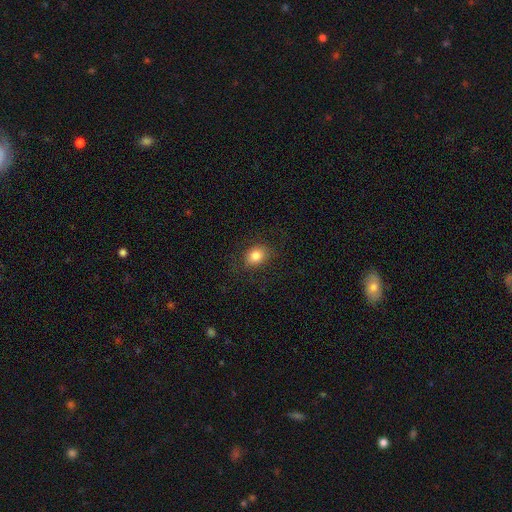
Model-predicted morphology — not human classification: A smooth galaxy with no disk features (83%) that is in between round and cigar-shaped (50%).

Vote fractions:
- Smooth or featured? smooth: 83% / star or artifact: 10% / featured or disk: 7%
- How rounded? in between: 50% / round: 49% / cigar-shaped: 1%
- Merging? none: 81% / minor disturbance: 12% / major disturbance: 5% / merger: 1%